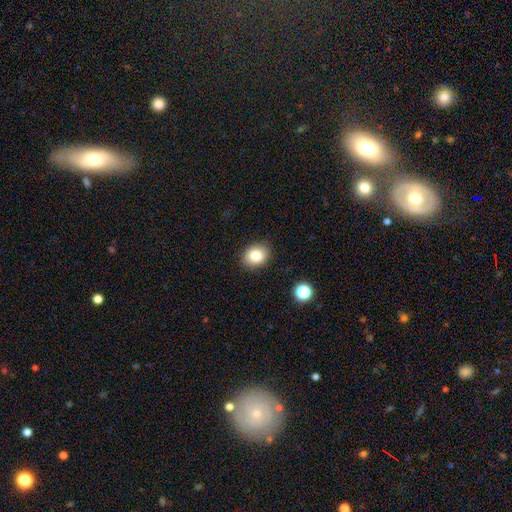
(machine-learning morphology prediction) smooth 82%, star or artifact 10%, featured or disk 8%. Down the decision tree: how rounded — in between (57%); merging — none (88%).